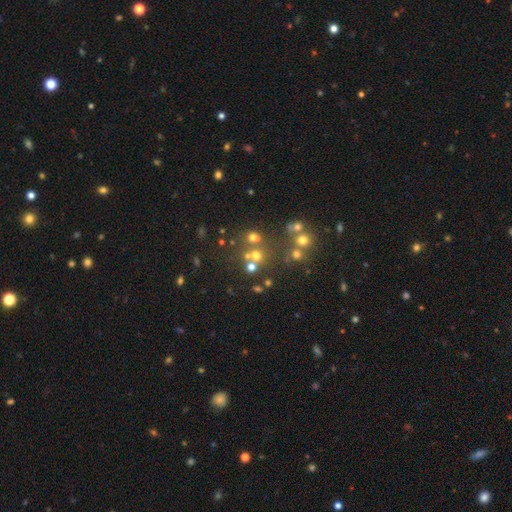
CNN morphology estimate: smooth 57%, star or artifact 28%, featured or disk 14%. Down the decision tree: how rounded — round (86%); merging — none (63%).